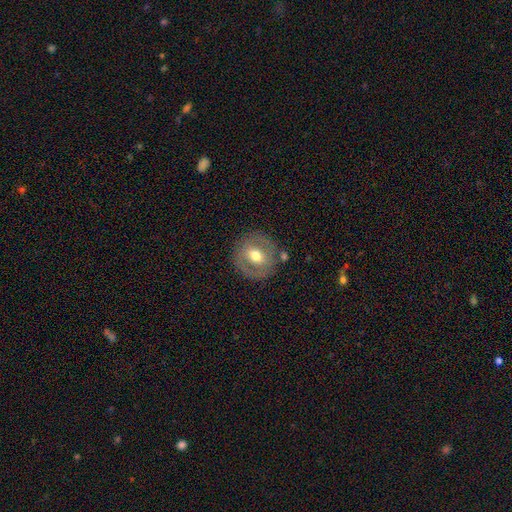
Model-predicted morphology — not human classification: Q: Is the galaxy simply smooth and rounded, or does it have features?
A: featured or disk — 49%.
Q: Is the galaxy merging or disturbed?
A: none — 81%.